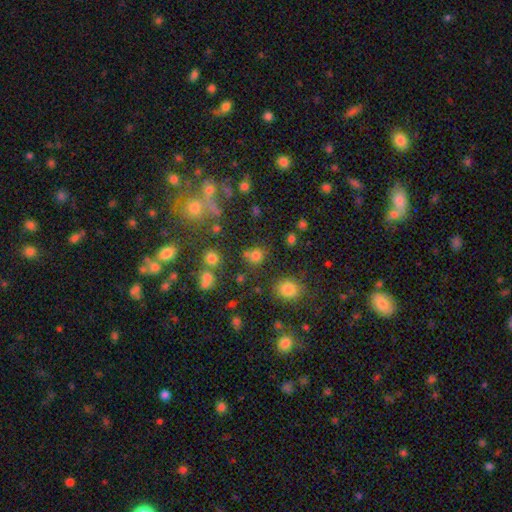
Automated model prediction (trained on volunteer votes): Smooth or featured: smooth — 70% (star or artifact — 22%)
How rounded: round — 81% (in between — 18%)
Merging: none — 69% (merger — 15%)